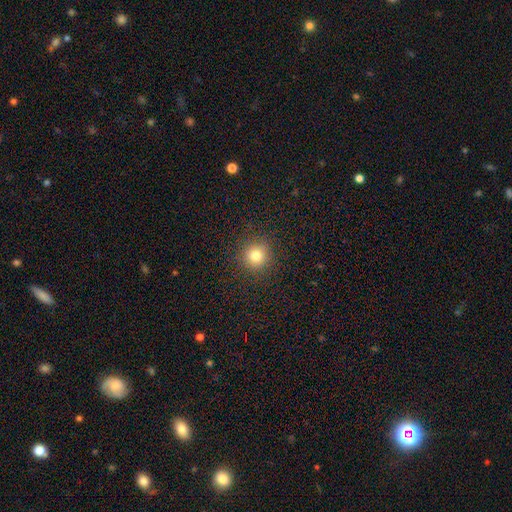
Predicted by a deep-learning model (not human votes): Q: Smooth or featured?
A: smooth (79%); runner-up: star or artifact (14%)
Q: How rounded?
A: round (94%); runner-up: in between (5%)
Q: Merging?
A: none (91%); runner-up: minor disturbance (5%)